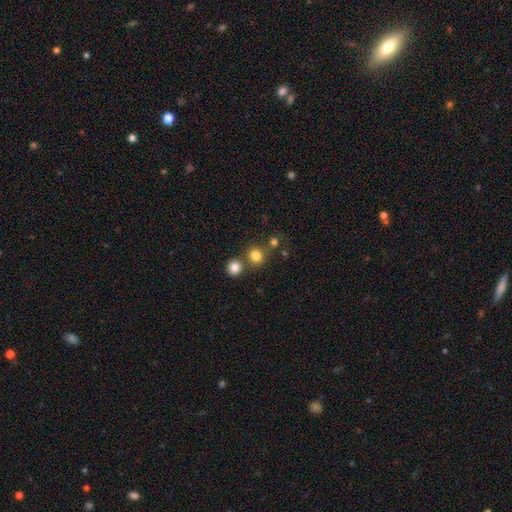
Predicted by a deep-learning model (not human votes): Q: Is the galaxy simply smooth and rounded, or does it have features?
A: smooth — 79%.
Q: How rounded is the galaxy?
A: round — 87%.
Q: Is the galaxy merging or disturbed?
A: none — 70%.